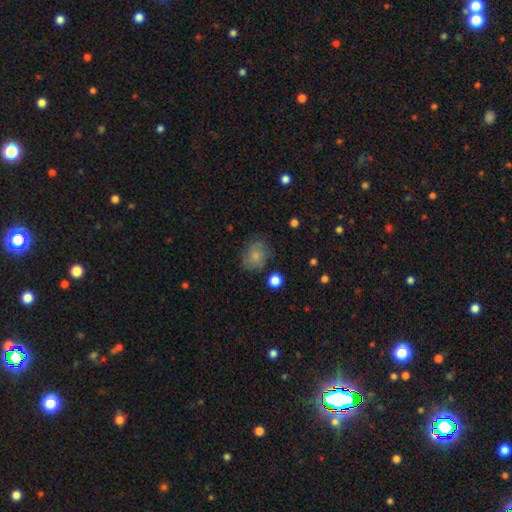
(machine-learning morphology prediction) Overall: smooth (67%). How rounded: round (54%; in between 45%). Merging: none (68%).